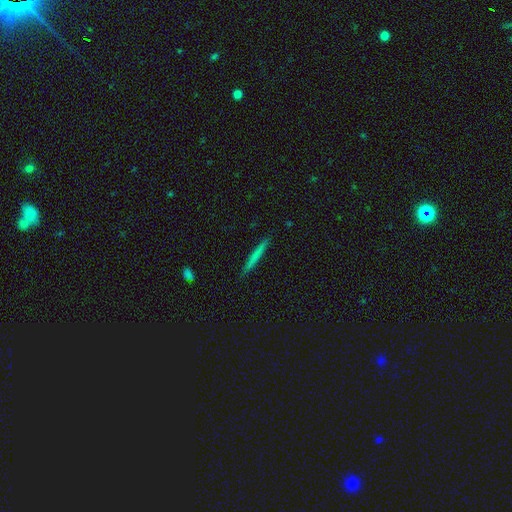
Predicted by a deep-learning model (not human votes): Smooth or featured? smooth (67%)
How rounded? cigar-shaped (97%)
Merging? none (91%)